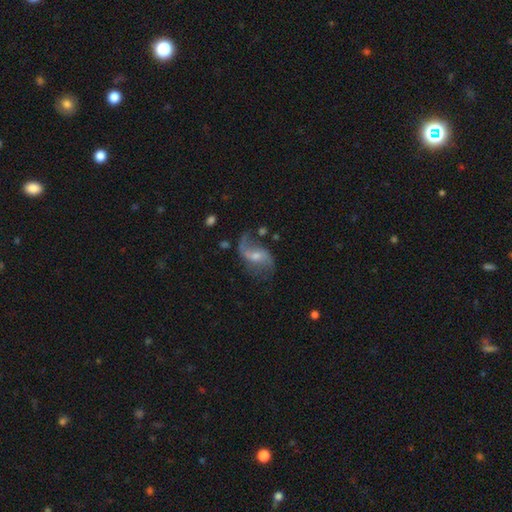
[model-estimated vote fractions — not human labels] Morphology: type=featured or disk (82%); edge-on=no (97%); bar=weak (46%); spiral arms=yes (93%); winding=loose (79%); arm count=2 (85%); bulge=small (50%); merging=none (58%).